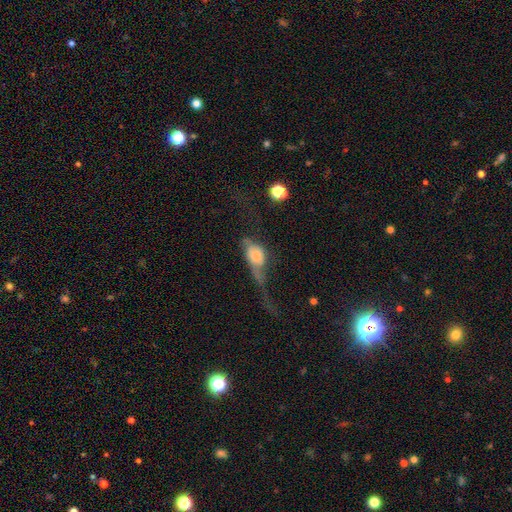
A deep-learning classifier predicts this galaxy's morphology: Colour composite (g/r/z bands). It shows a smooth galaxy with no disk features (51%) that is in between round and cigar-shaped (75%). Merging: major disturbance (63%).